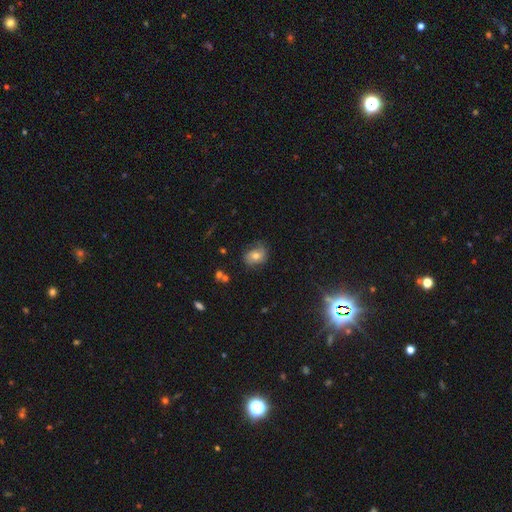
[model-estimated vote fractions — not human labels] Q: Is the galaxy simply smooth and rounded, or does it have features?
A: smooth — 49%.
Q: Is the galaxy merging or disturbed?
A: none — 66%.